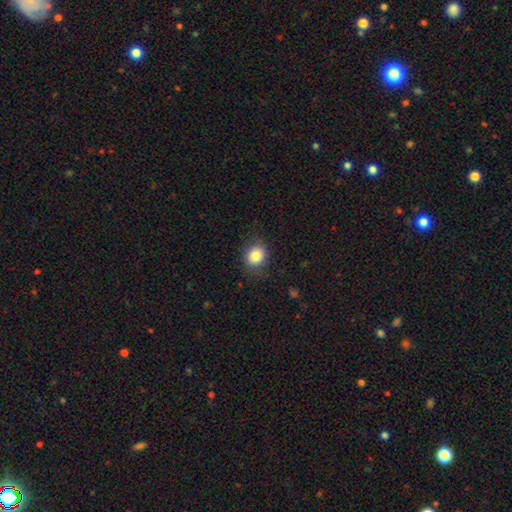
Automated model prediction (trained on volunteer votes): Smooth or featured? smooth (83%)
How rounded? round (66%)
Merging? none (82%)